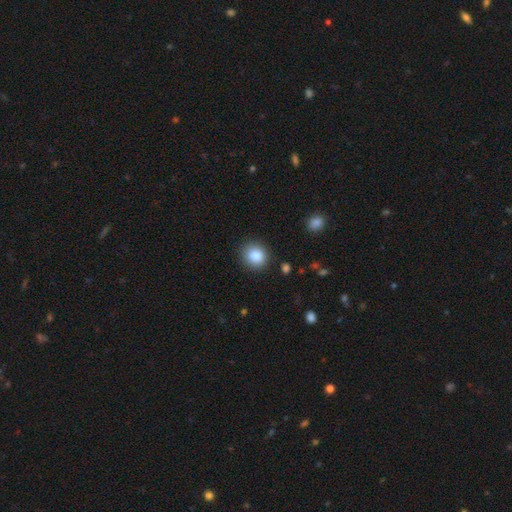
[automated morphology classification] smooth-or-featured: smooth: 87% | star or artifact: 8% | featured or disk: 5%
  how-rounded: round: 81% | in between: 18% | cigar-shaped: 1%
  merging: none: 87% | minor disturbance: 9% | major disturbance: 3% | merger: 2%